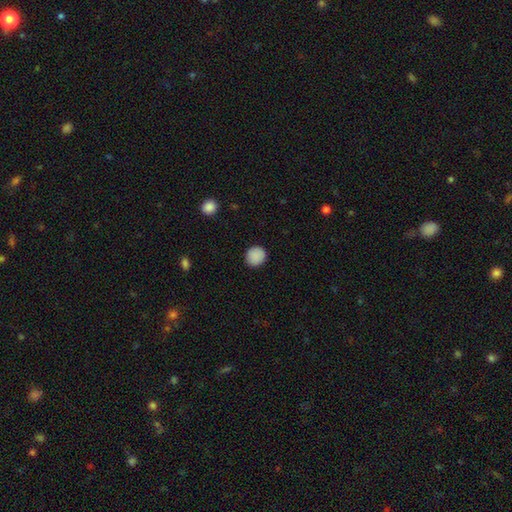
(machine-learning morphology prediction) Smooth or featured: smooth — 89% (star or artifact — 8%)
How rounded: round — 89% (in between — 10%)
Merging: none — 91% (minor disturbance — 6%)